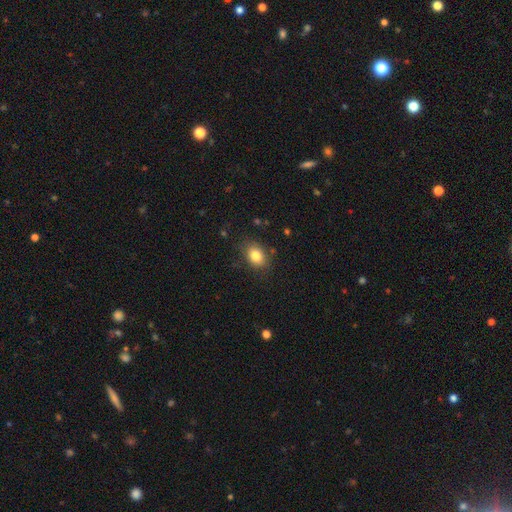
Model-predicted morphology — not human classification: This is clearly a smooth galaxy (83%). How rounded: likely in between (70%). Merging: clearly none (82%).